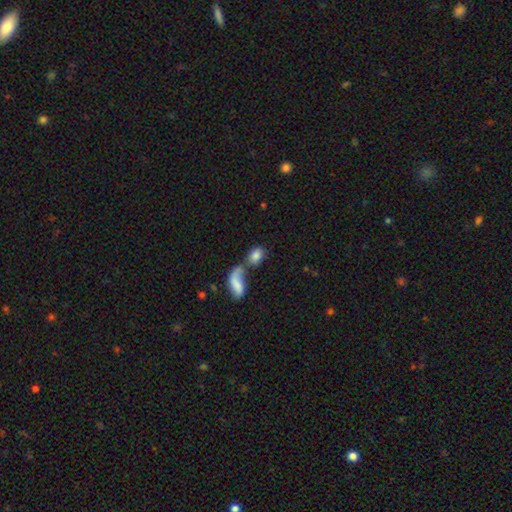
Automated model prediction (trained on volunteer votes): smooth_or_featured: smooth (p=0.80) [alt: featured or disk p=0.12]
how_rounded: in between (p=0.81) [alt: round p=0.15]
merging: merger (p=0.51) [alt: none p=0.30]